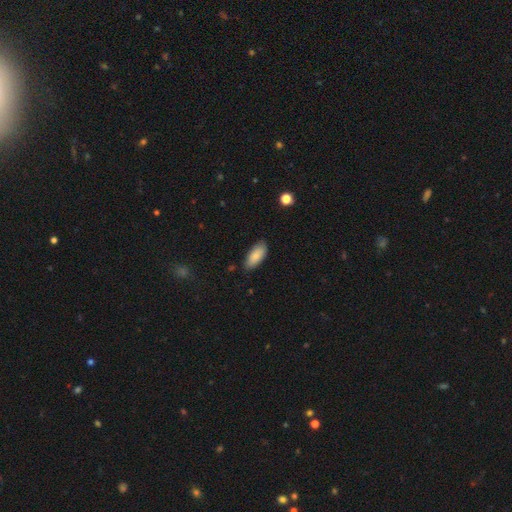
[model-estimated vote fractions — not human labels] Smooth or featured? smooth (84%)
How rounded? in between (87%)
Merging? none (80%)